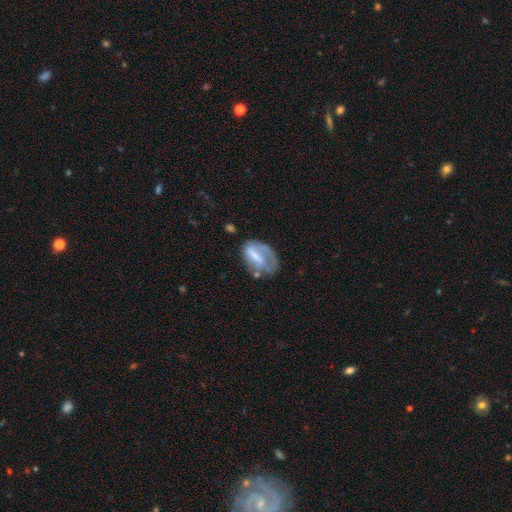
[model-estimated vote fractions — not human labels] smooth-or-featured: smooth: 47% | featured or disk: 44% | star or artifact: 8%
  merging: none: 36% | minor disturbance: 29% | major disturbance: 27% | merger: 8%